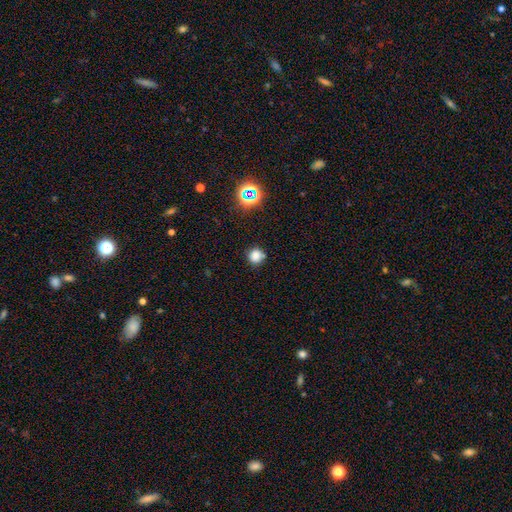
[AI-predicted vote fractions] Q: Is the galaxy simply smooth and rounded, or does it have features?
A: smooth — 77%.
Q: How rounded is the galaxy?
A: round — 87%.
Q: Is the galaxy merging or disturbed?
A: none — 76%.